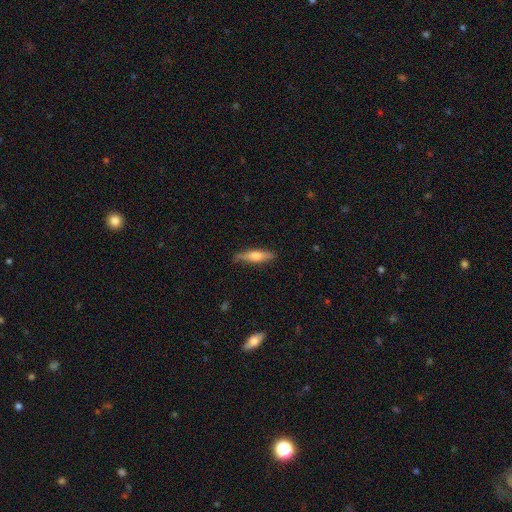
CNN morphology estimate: Q: Smooth or featured?
A: featured or disk (49%); runner-up: smooth (45%)
Q: Merging?
A: none (85%); runner-up: minor disturbance (12%)